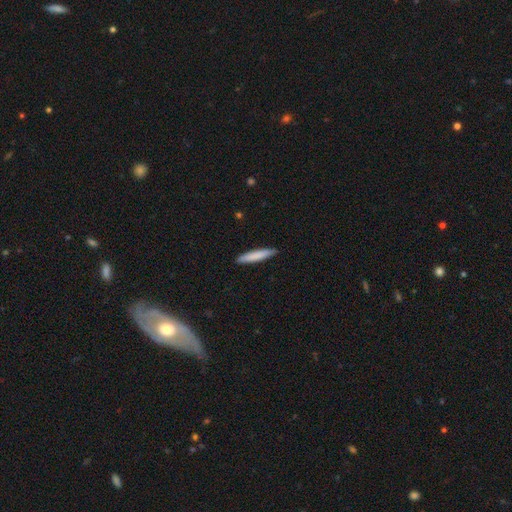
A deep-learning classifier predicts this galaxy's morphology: smooth-or-featured: smooth: 81% | featured or disk: 14% | star or artifact: 5%
  how-rounded: cigar-shaped: 91% | in between: 8% | round: 1%
  merging: none: 88% | minor disturbance: 9% | major disturbance: 1% | merger: 1%